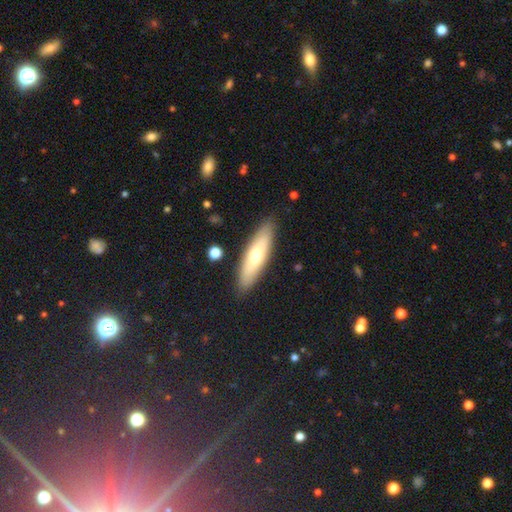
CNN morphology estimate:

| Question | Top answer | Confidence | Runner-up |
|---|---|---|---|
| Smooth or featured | smooth | 59% | featured or disk (35%) |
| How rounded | cigar-shaped | 60% | in between (38%) |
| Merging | none | 88% | minor disturbance (9%) |